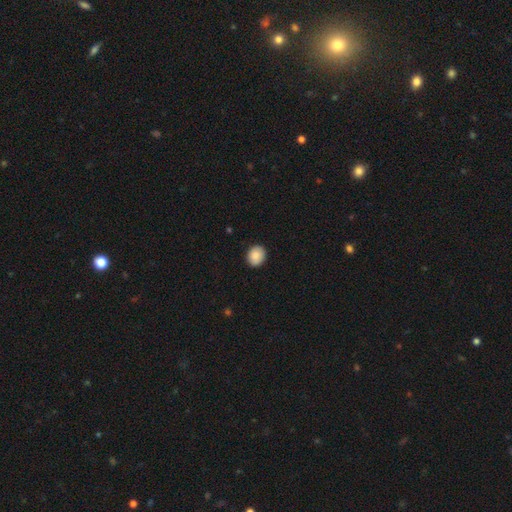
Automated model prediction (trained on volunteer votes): smooth-or-featured: smooth: 87% | star or artifact: 7% | featured or disk: 5%
  how-rounded: round: 65% | in between: 34% | cigar-shaped: 1%
  merging: none: 88% | minor disturbance: 9% | major disturbance: 2% | merger: 1%